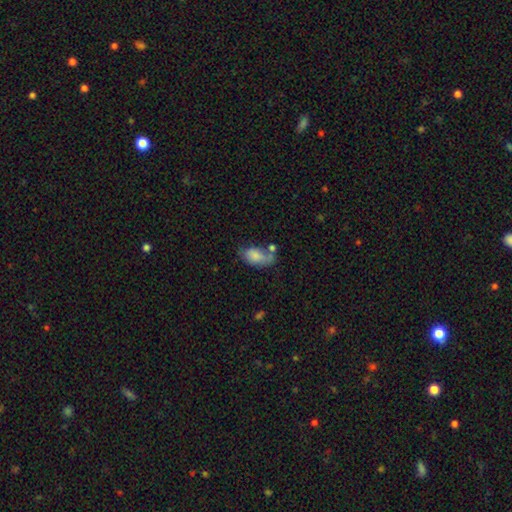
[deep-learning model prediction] The model was most divided on "merging": none: 36%, minor disturbance: 25%, merger: 22%, major disturbance: 17%. More confident: how rounded — in between (92%); smooth or featured — smooth (75%).